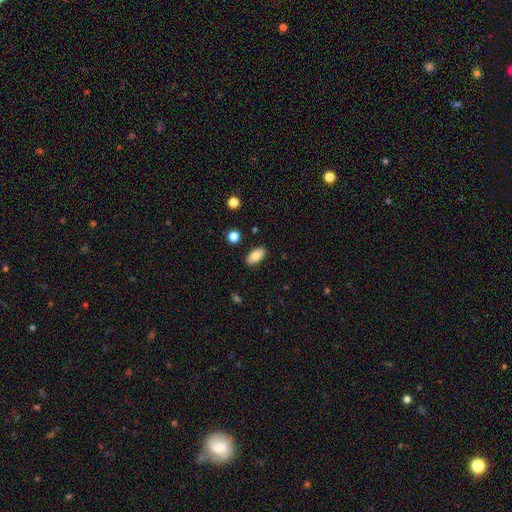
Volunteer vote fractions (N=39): Smooth or featured? 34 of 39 (87%) said smooth. How rounded? 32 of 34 (94%) said in between. Merging? 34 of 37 (92%) said none.